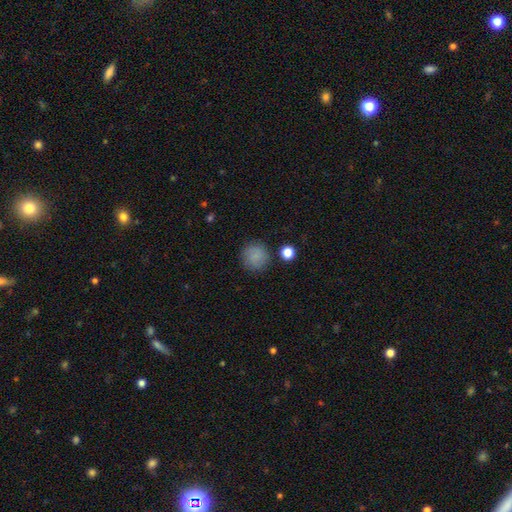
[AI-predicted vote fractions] Smooth or featured?
  - smooth: 85% *
  - star or artifact: 9%
  - featured or disk: 6%
How rounded?
  - round: 93% *
  - in between: 6%
  - cigar-shaped: 1%
Merging?
  - none: 85% *
  - minor disturbance: 9%
  - major disturbance: 3%
  - merger: 2%